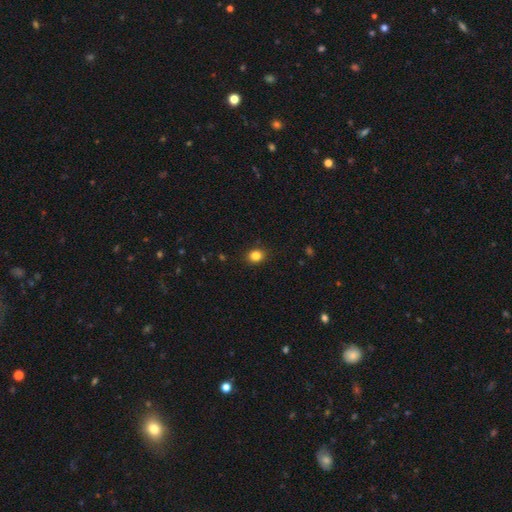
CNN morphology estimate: smooth-or-featured: smooth: 84% | star or artifact: 12% | featured or disk: 5%
  how-rounded: round: 67% | in between: 32% | cigar-shaped: 1%
  merging: none: 90% | minor disturbance: 7% | major disturbance: 2% | merger: 1%